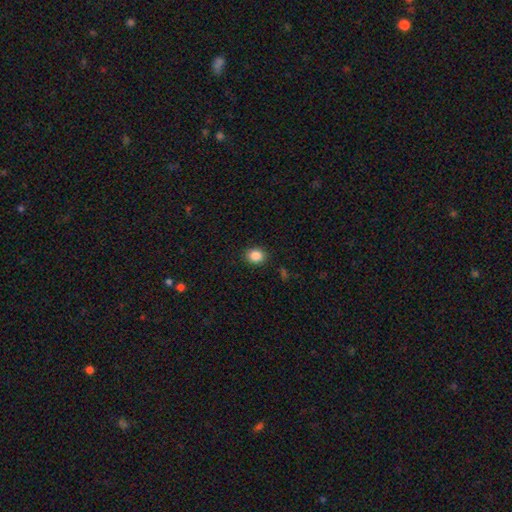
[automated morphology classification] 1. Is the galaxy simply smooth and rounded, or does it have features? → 86% smooth, 10% star or artifact, 4% featured or disk.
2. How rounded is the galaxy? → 69% round, 30% in between, 1% cigar-shaped.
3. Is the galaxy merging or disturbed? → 90% none, 7% minor disturbance, 2% major disturbance, 1% merger.